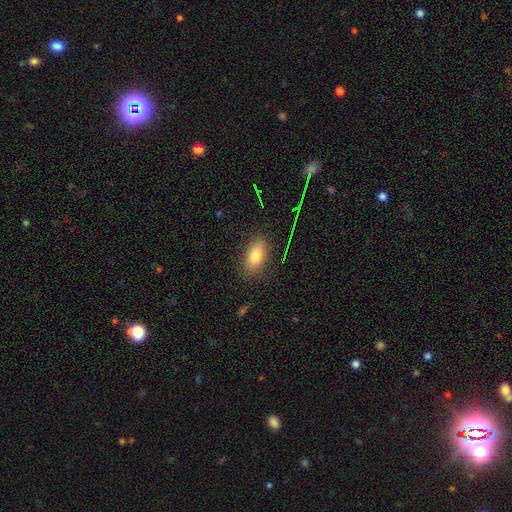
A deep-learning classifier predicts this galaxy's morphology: Smooth or featured? Predicted: smooth (p=0.77). How rounded? Predicted: in between (p=0.87). Merging? Predicted: none (p=0.85).